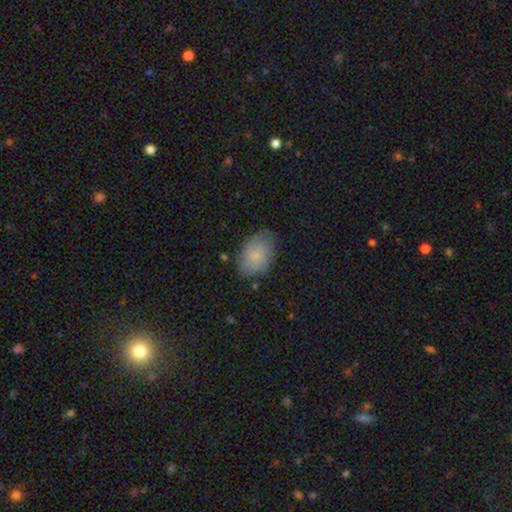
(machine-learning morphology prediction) A smooth galaxy with no disk features (80%) that is in between round and cigar-shaped (83%). Merging: none (72%).